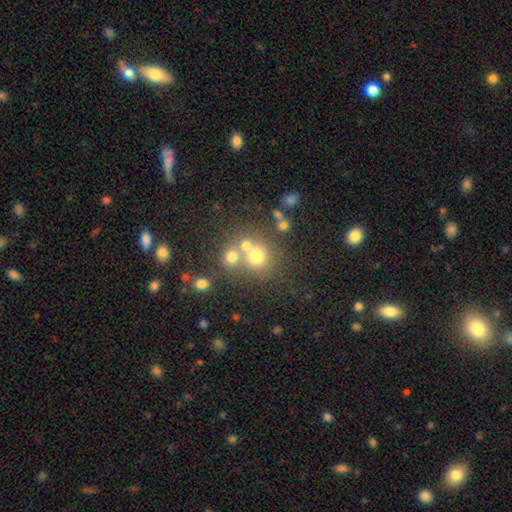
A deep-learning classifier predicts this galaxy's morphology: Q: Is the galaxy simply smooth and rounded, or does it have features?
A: smooth — 66%.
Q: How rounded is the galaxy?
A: round — 84%.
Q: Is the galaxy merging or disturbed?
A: none — 49%.